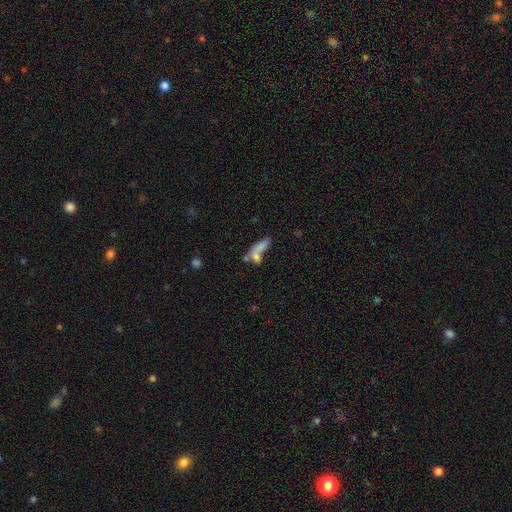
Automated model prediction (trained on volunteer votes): Overall: smooth (68%). How rounded: in between (54%; cigar-shaped 40%). Merging: merger (49%; none 28%).